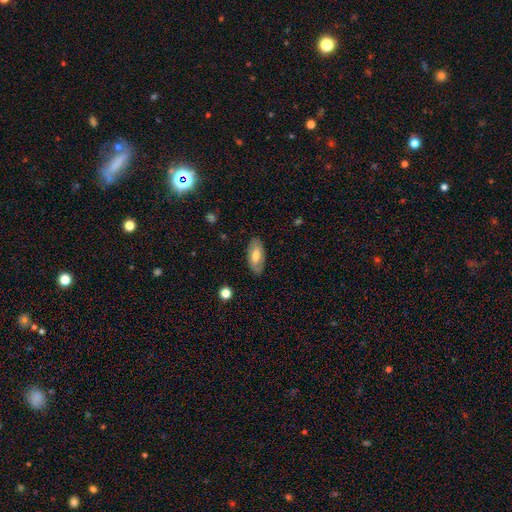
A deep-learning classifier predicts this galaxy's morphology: Smooth or featured?
  - smooth: 66% *
  - featured or disk: 28%
  - star or artifact: 6%
How rounded?
  - in between: 91% *
  - cigar-shaped: 7%
  - round: 3%
Merging?
  - none: 84% *
  - minor disturbance: 12%
  - major disturbance: 3%
  - merger: 1%